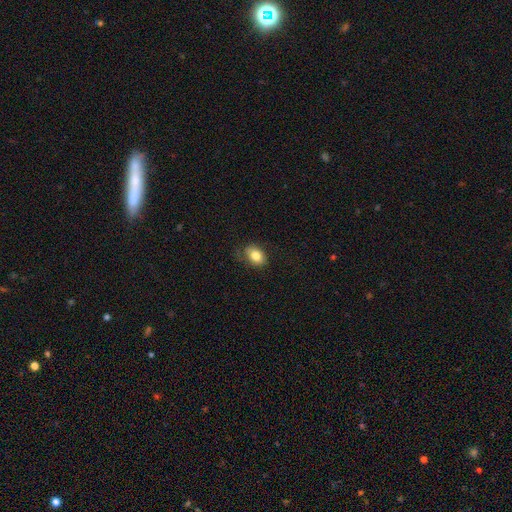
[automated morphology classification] Overall: smooth (82%). How rounded: in between (78%). Merging: none (73%).